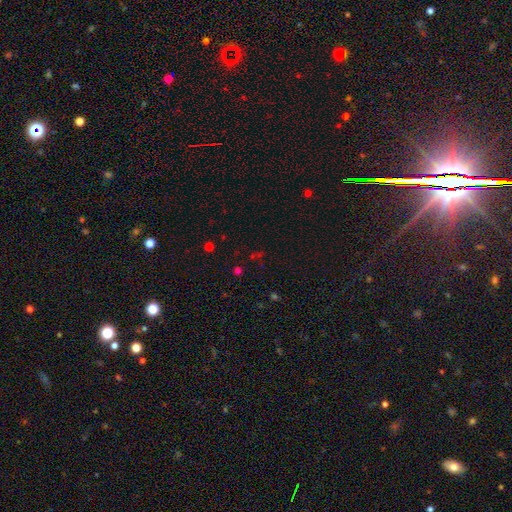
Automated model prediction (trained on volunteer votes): Overall: star or artifact (59%; smooth 33%).